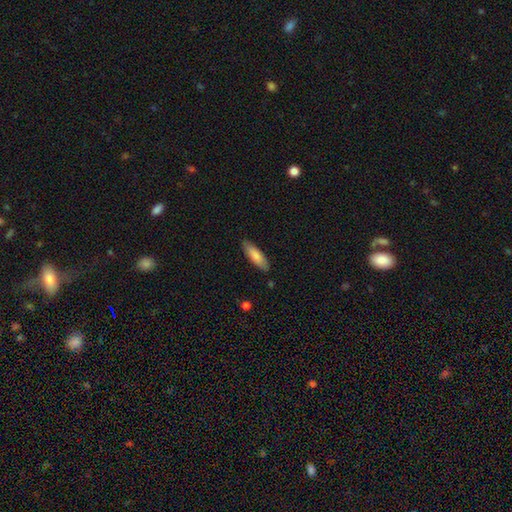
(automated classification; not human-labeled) A smooth galaxy with no disk features (82%) that is cigar-shaped (53%).

Vote fractions:
- Smooth or featured? smooth: 82% / featured or disk: 13% / star or artifact: 6%
- How rounded? cigar-shaped: 53% / in between: 45% / round: 1%
- Merging? none: 86% / minor disturbance: 10% / major disturbance: 2% / merger: 1%